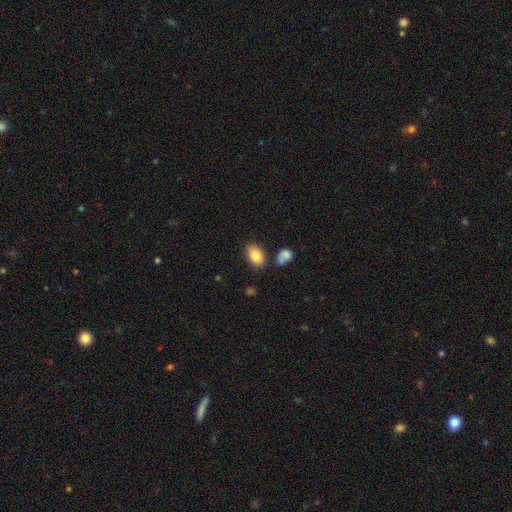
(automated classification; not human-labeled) A smooth galaxy with no disk features (82%) that is in between round and cigar-shaped (89%). Merging: none (74%).